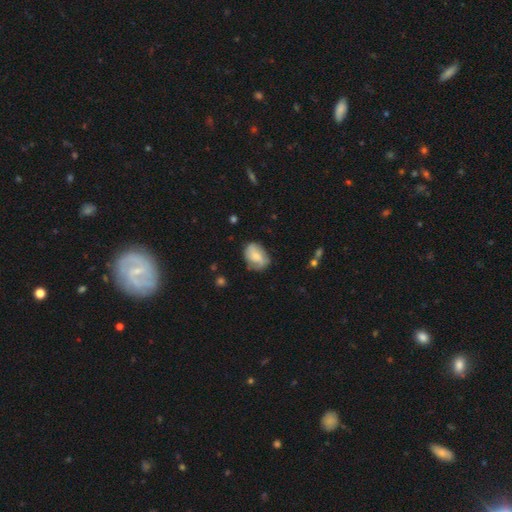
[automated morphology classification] Overall: smooth (56%; featured or disk 37%). How rounded: in between (73%). Merging: none (61%; minor disturbance 28%).